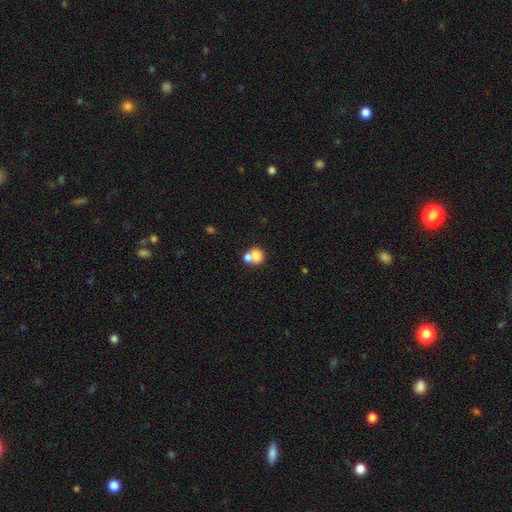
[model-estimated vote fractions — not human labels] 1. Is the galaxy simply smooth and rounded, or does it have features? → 75% smooth, 15% featured or disk, 10% star or artifact.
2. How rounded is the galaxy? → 72% round, 27% in between, 1% cigar-shaped.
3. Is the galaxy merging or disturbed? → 53% merger, 35% none, 8% minor disturbance, 4% major disturbance.